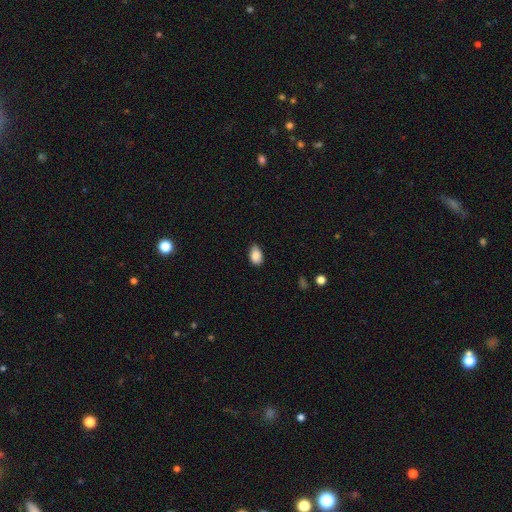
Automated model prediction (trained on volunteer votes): Smooth or featured? smooth (88%)
How rounded? in between (89%)
Merging? none (76%)